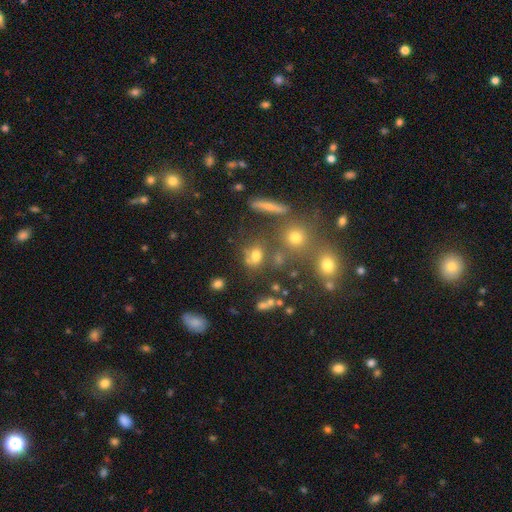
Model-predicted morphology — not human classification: Overall: smooth (65%). How rounded: in between (53%; round 43%). Merging: none (58%; merger 18%).